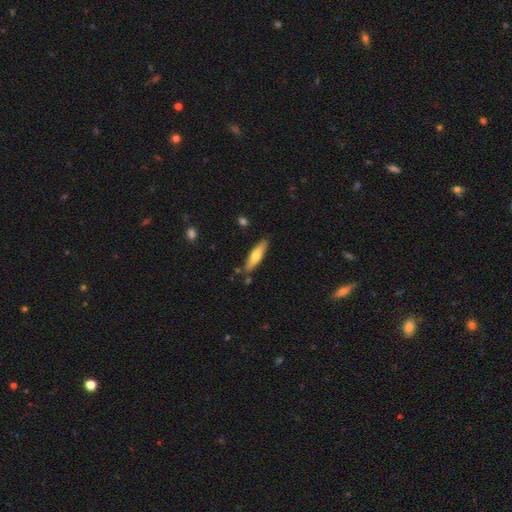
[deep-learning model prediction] Overall: smooth (59%; featured or disk 36%). How rounded: cigar-shaped (74%). Merging: none (83%).